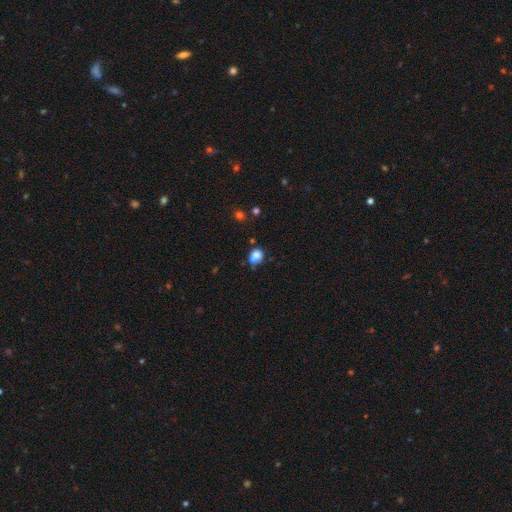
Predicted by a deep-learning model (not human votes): Q: Smooth or featured?
A: smooth (78%); runner-up: star or artifact (12%)
Q: How rounded?
A: in between (56%); runner-up: round (43%)
Q: Merging?
A: none (44%); runner-up: minor disturbance (32%)